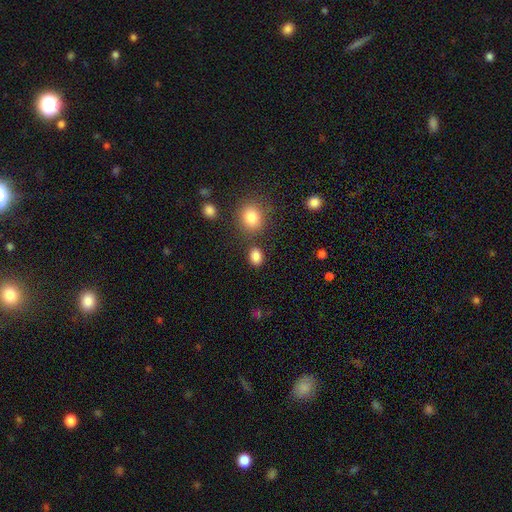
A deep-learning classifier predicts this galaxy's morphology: The model was most divided on "how rounded": in between: 63%, round: 36%, cigar-shaped: 1%. More confident: smooth or featured — smooth (85%); merging — none (78%).